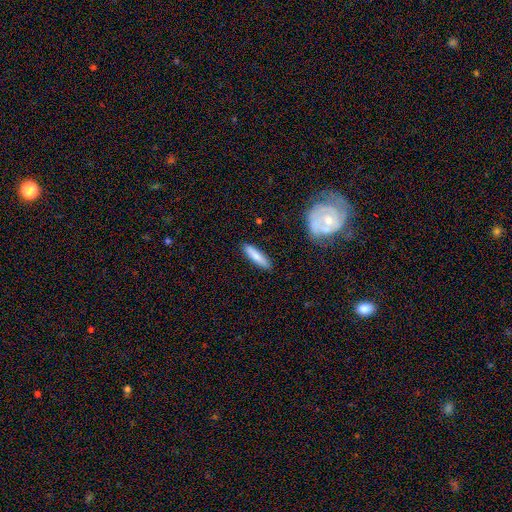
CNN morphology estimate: The model was most divided on "how rounded": cigar-shaped: 73%, in between: 25%, round: 2%. More confident: merging — none (87%); smooth or featured — smooth (79%).